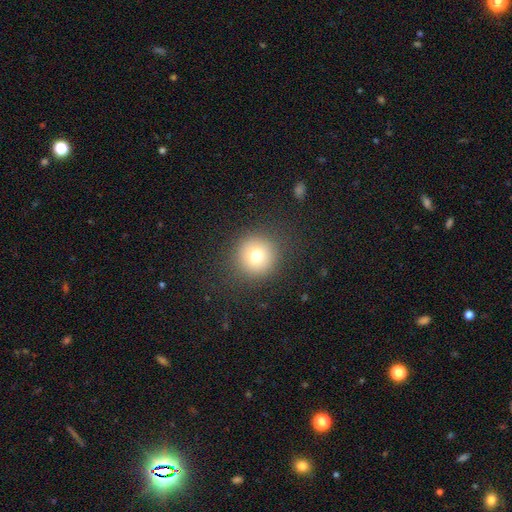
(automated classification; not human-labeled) Smooth or featured? smooth (74%)
How rounded? round (95%)
Merging? none (89%)